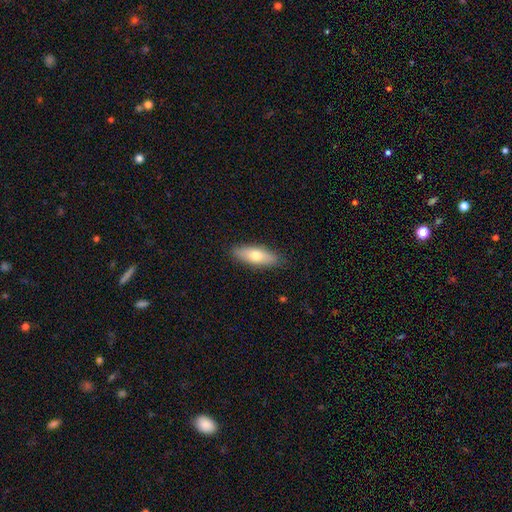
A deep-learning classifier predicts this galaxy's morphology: This appears to be a smooth galaxy with no disk features (68%) that is in between round and cigar-shaped (62%). Merging: none (88%).